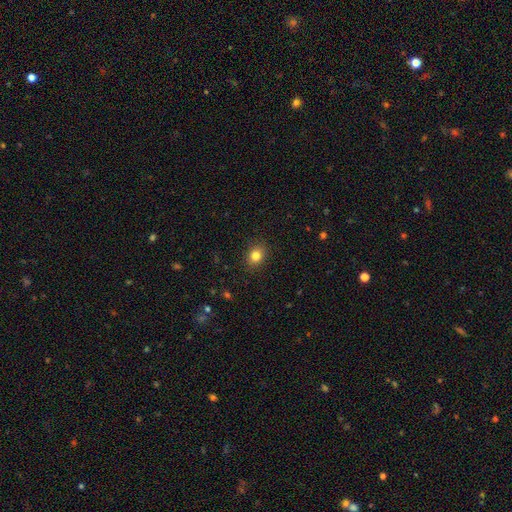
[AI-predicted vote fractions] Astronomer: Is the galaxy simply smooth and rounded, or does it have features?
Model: smooth — 82%.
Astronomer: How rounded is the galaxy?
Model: round — 55% (runner-up: in between, 44%).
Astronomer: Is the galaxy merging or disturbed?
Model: none — 89%.